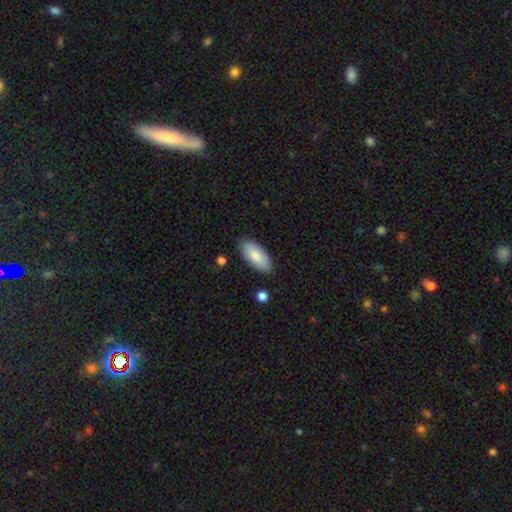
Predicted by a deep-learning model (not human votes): smooth_or_featured: smooth (p=0.83) [alt: featured or disk p=0.11]
how_rounded: in between (p=0.88) [alt: cigar-shaped p=0.10]
merging: none (p=0.85) [alt: minor disturbance p=0.11]